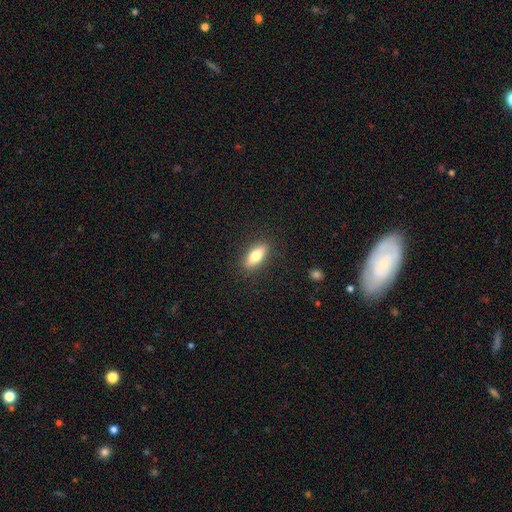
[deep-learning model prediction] Smooth or featured? Predicted: smooth (p=0.73). How rounded? Predicted: in between (p=0.73). Merging? Predicted: none (p=0.87).